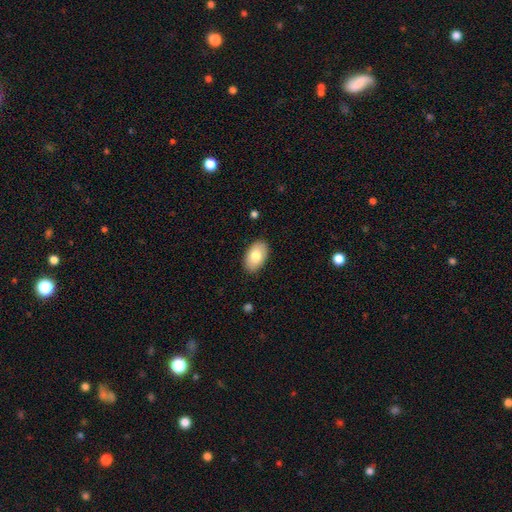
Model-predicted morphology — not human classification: smooth_or_featured: smooth (p=0.77) [alt: featured or disk p=0.17]
how_rounded: in between (p=0.93) [alt: round p=0.06]
merging: none (p=0.87) [alt: minor disturbance p=0.10]